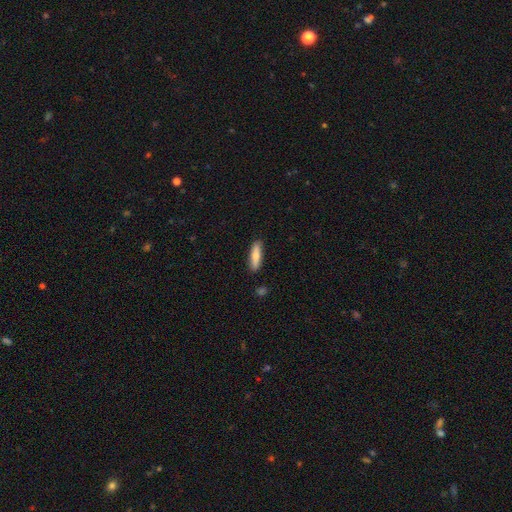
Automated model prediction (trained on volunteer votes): smooth_or_featured: smooth (p=0.72) [alt: featured or disk p=0.22]
how_rounded: cigar-shaped (p=0.70) [alt: in between p=0.29]
merging: none (p=0.87) [alt: minor disturbance p=0.09]